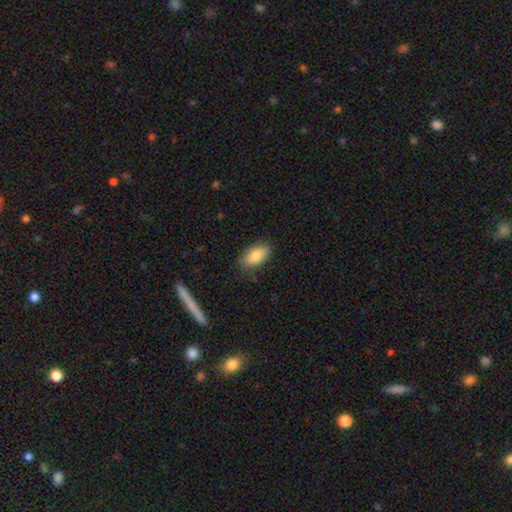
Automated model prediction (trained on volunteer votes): Smooth or featured?
  - smooth: 84% *
  - featured or disk: 10%
  - star or artifact: 7%
How rounded?
  - in between: 91% *
  - round: 5%
  - cigar-shaped: 4%
Merging?
  - none: 81% *
  - minor disturbance: 14%
  - major disturbance: 3%
  - merger: 1%